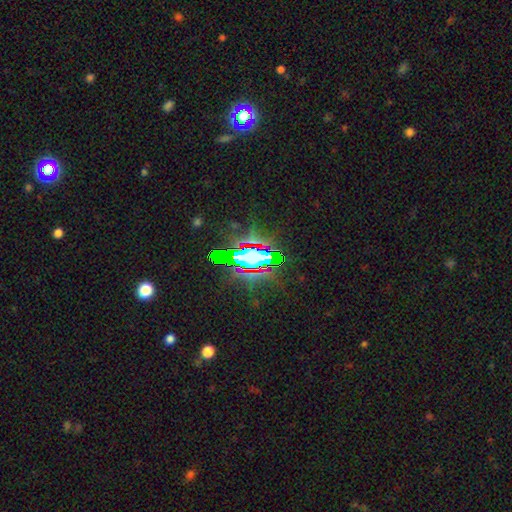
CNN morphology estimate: type=star or artifact (67%).